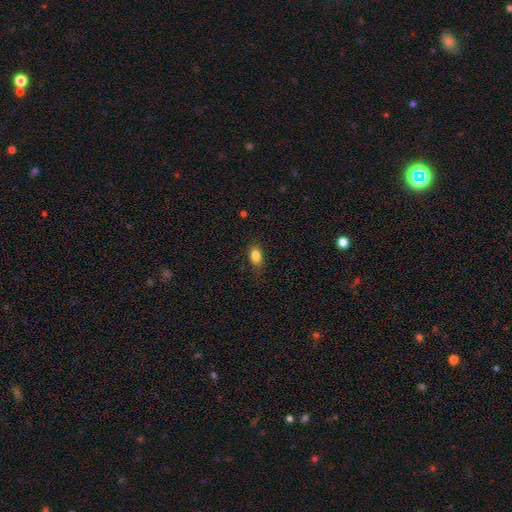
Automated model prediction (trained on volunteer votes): Morphology: type=smooth (83%); roundness=in between (79%); merging=none (77%).